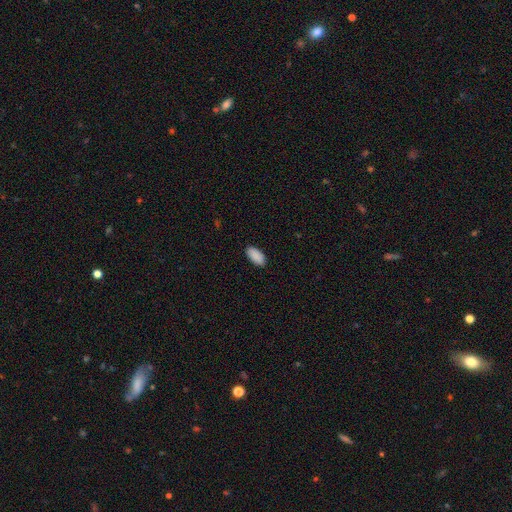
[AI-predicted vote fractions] Smooth or featured: smooth — 91% (star or artifact — 6%)
How rounded: in between — 94% (cigar-shaped — 4%)
Merging: none — 89% (minor disturbance — 9%)